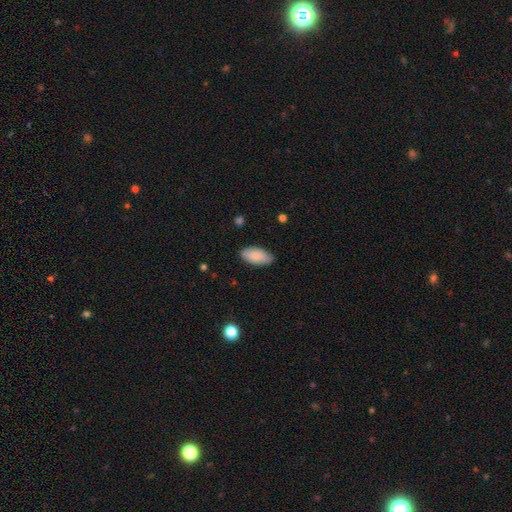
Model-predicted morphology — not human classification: A smooth galaxy with no disk features (86%) that is in between round and cigar-shaped (92%).

Vote fractions:
- Smooth or featured? smooth: 86% / featured or disk: 8% / star or artifact: 6%
- How rounded? in between: 92% / cigar-shaped: 6% / round: 2%
- Merging? none: 81% / minor disturbance: 15% / major disturbance: 3% / merger: 1%